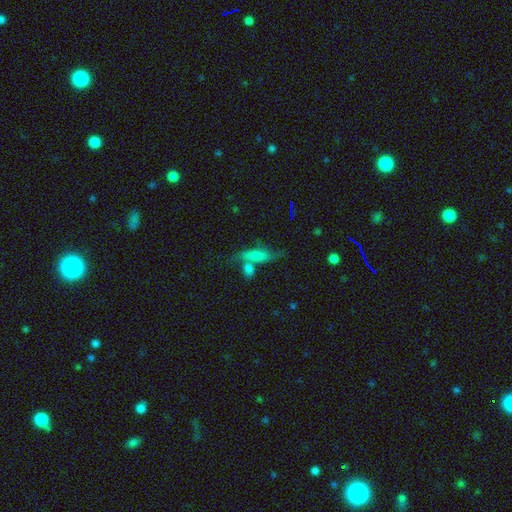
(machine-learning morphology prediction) The model was most divided on "merging": merger: 36%, none: 35%, minor disturbance: 17%, major disturbance: 13%. More confident: smooth or featured — smooth (62%); how rounded — in between (53%).